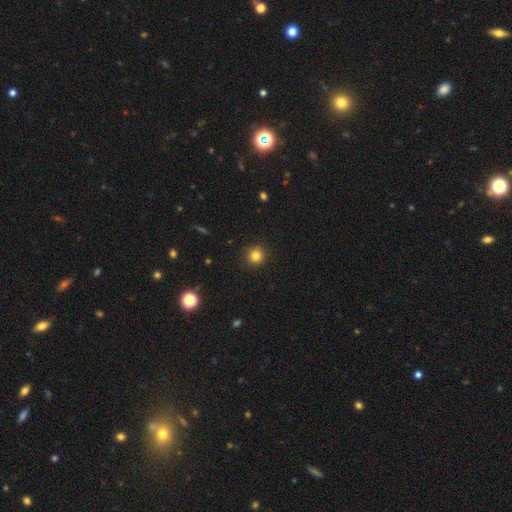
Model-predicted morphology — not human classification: Smooth or featured?
  - smooth: 83% *
  - star or artifact: 12%
  - featured or disk: 5%
How rounded?
  - round: 94% *
  - in between: 5%
  - cigar-shaped: 1%
Merging?
  - none: 91% *
  - minor disturbance: 6%
  - major disturbance: 2%
  - merger: 1%